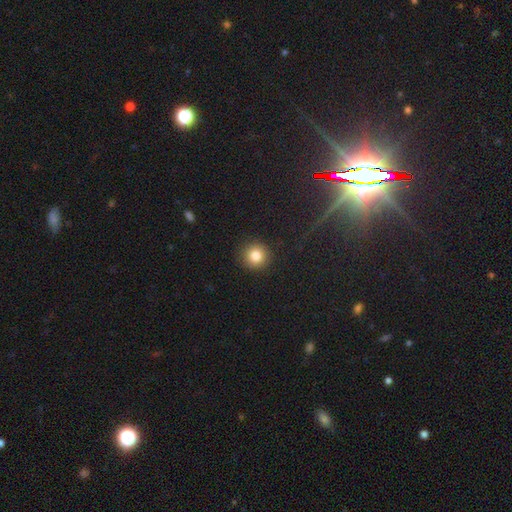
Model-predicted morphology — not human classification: This appears to be a smooth galaxy with no disk features (83%) that is round (94%). Merging: none (91%).